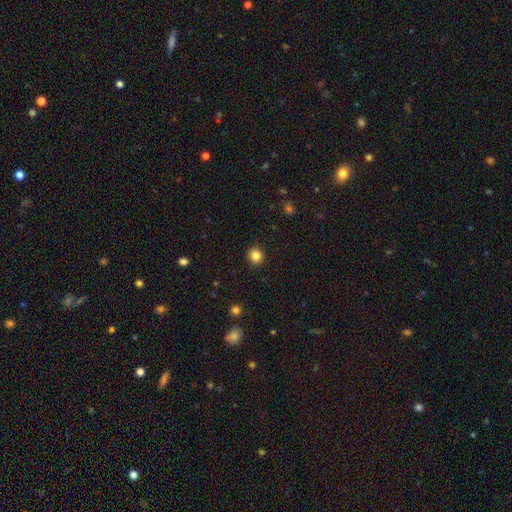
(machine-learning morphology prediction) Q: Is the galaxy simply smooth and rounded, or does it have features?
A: smooth — 85%.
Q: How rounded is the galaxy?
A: round — 91%.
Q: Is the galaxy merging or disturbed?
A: none — 92%.